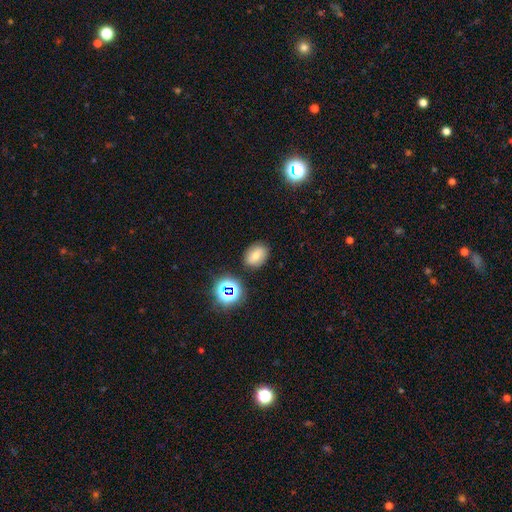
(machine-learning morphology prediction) Overall: smooth (59%; star or artifact 22%). How rounded: in between (58%; round 40%). Merging: none (85%).